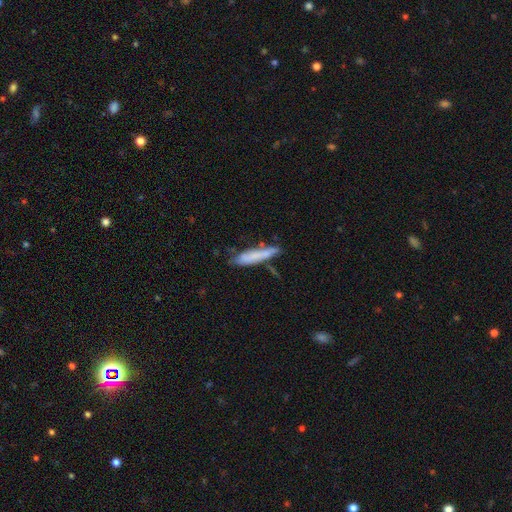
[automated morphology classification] smooth 70%, featured or disk 24%, star or artifact 7%. Down the decision tree: how rounded — cigar-shaped (88%); merging — none (62%).